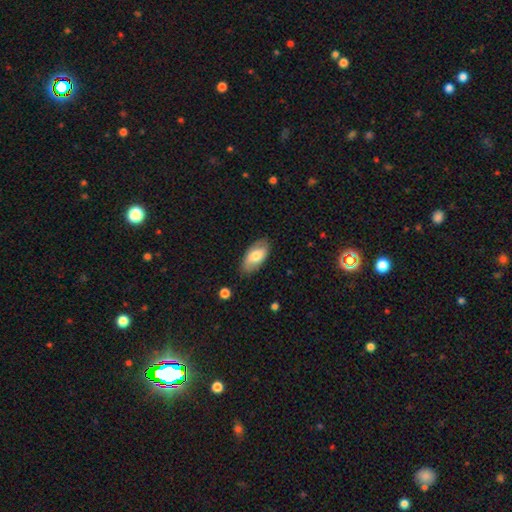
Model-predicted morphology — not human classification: Smooth or featured: smooth — 71% (featured or disk — 23%)
How rounded: in between — 94% (cigar-shaped — 3%)
Merging: none — 80% (minor disturbance — 16%)